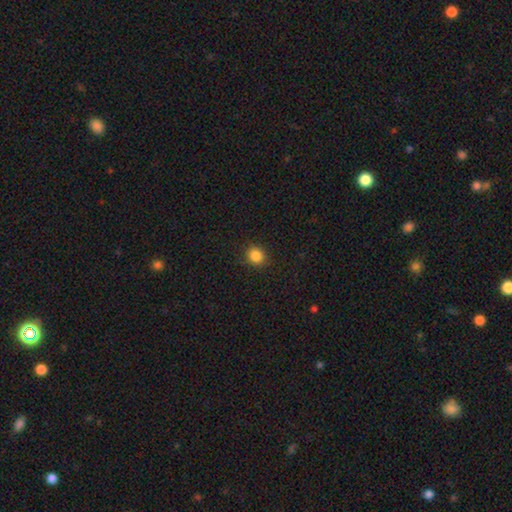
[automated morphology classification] Q: Smooth or featured?
A: smooth (85%); runner-up: star or artifact (11%)
Q: How rounded?
A: round (80%); runner-up: in between (19%)
Q: Merging?
A: none (89%); runner-up: minor disturbance (8%)